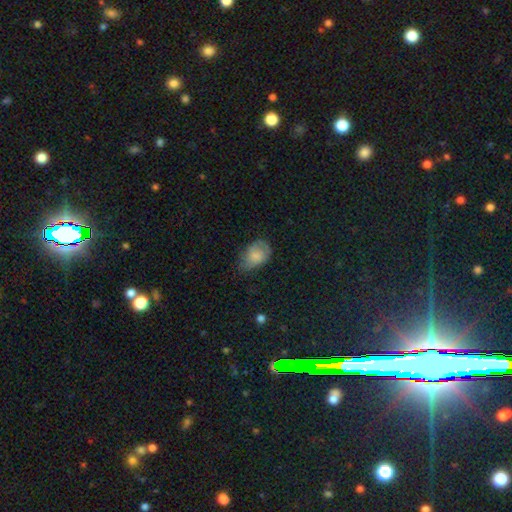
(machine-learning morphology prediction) The model was most divided on "merging": none: 52%, minor disturbance: 35%, major disturbance: 12%, merger: 2%. More confident: how rounded — in between (82%); smooth or featured — smooth (75%).